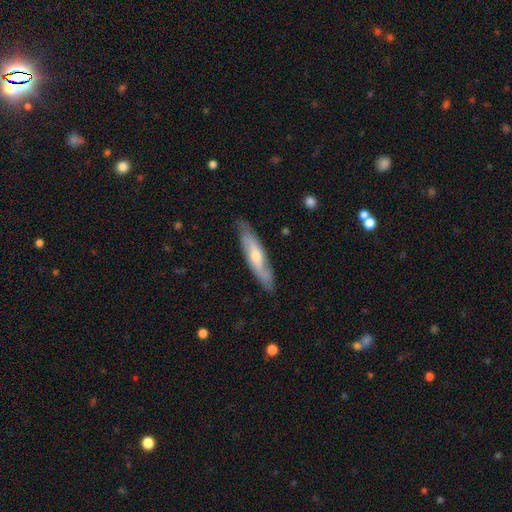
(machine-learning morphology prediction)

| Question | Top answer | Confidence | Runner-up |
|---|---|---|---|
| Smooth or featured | featured or disk | 59% | smooth (36%) |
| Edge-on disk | no | 56% | yes (44%) |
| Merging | none | 83% | minor disturbance (13%) |